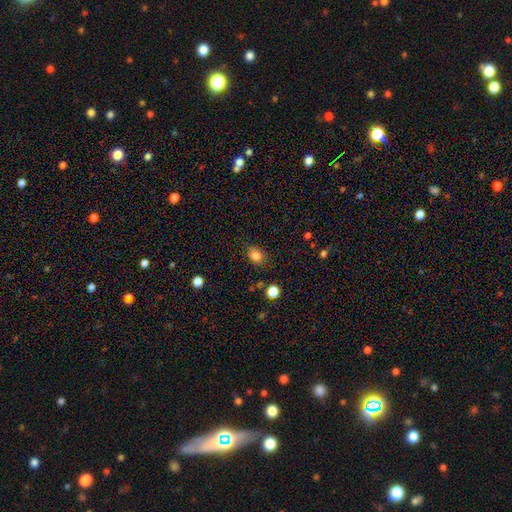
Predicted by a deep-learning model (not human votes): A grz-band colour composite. It shows a smooth galaxy with no disk features (84%) that is in between round and cigar-shaped (57%). Merging: none (77%).